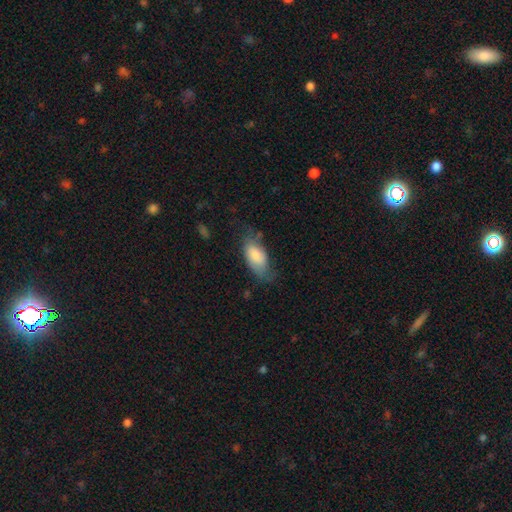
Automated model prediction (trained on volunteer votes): A smooth galaxy with no disk features (79%) that is in between round and cigar-shaped (91%). Merging: none (50%).